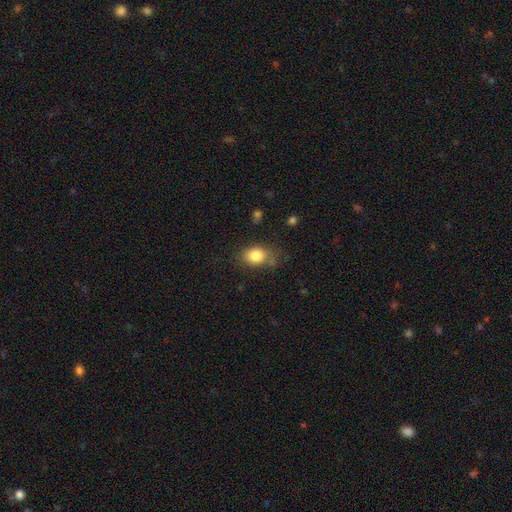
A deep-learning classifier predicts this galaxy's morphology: smooth_or_featured: smooth (p=0.83) [alt: star or artifact p=0.09]
how_rounded: in between (p=0.70) [alt: round p=0.29]
merging: none (p=0.67) [alt: minor disturbance p=0.21]